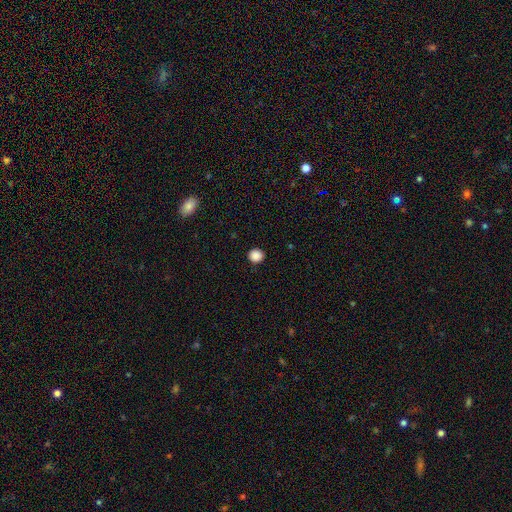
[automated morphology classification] smooth_or_featured: smooth (p=0.88) [alt: star or artifact p=0.10]
how_rounded: round (p=0.92) [alt: in between p=0.07]
merging: none (p=0.92) [alt: minor disturbance p=0.05]